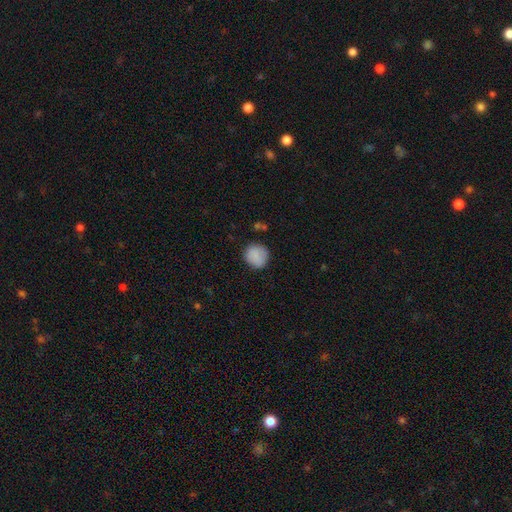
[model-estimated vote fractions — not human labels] Overall: smooth (86%). How rounded: round (88%). Merging: none (81%).